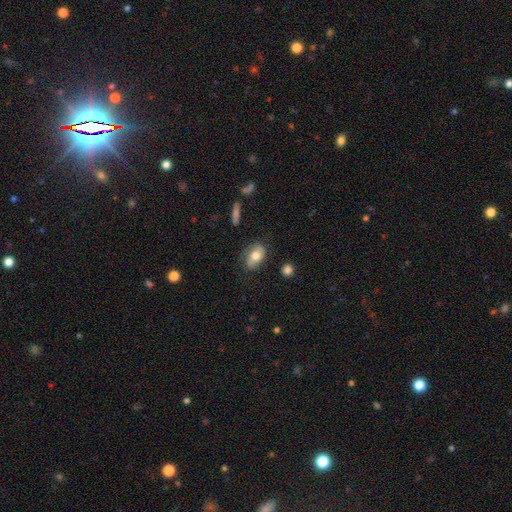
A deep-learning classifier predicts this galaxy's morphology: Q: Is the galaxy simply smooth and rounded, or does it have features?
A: smooth — 62%.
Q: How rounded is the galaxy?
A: in between — 82%.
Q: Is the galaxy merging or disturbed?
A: none — 70%.